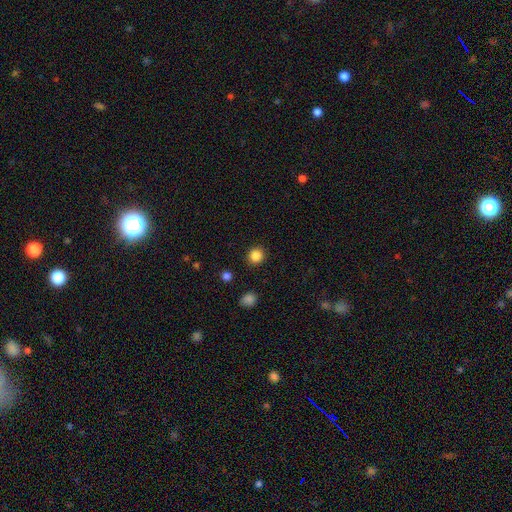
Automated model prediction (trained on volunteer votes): A smooth galaxy with no disk features (85%) that is round (93%). Merging: none (91%).